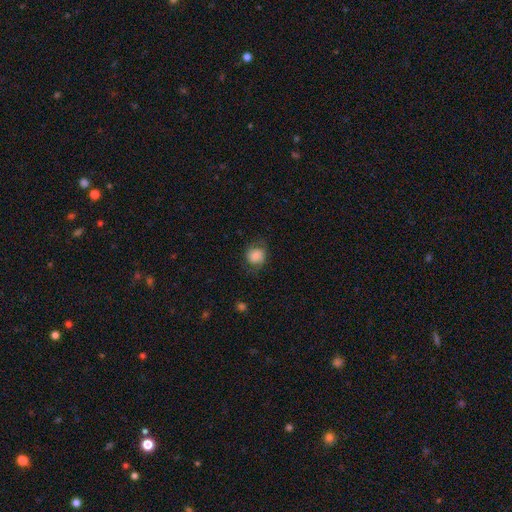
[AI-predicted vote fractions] The model was most divided on "merging": none: 68%, minor disturbance: 21%, major disturbance: 10%, merger: 1%. More confident: how rounded — round (78%); smooth or featured — smooth (77%).